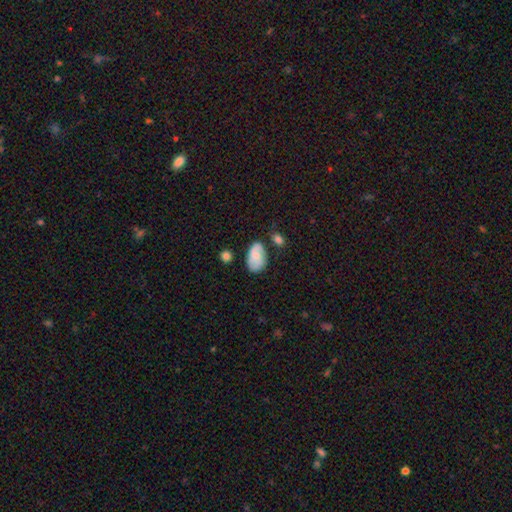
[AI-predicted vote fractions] This is likely a smooth galaxy (66%). How rounded: clearly in between (91%). Merging: possibly none (58%).